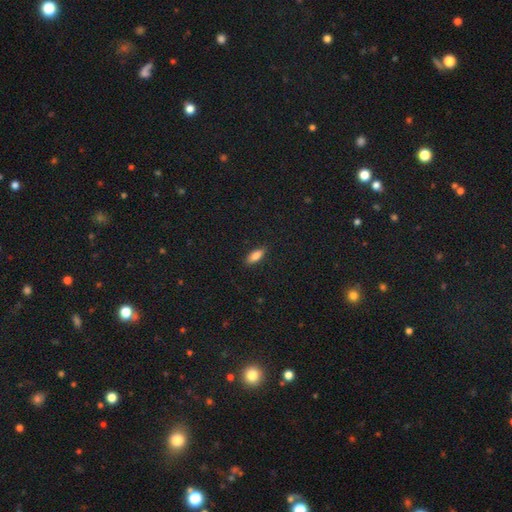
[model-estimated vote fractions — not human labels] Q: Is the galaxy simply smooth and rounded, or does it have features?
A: smooth — 80%.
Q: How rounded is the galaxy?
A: in between — 69%.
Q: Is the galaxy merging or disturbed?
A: none — 87%.